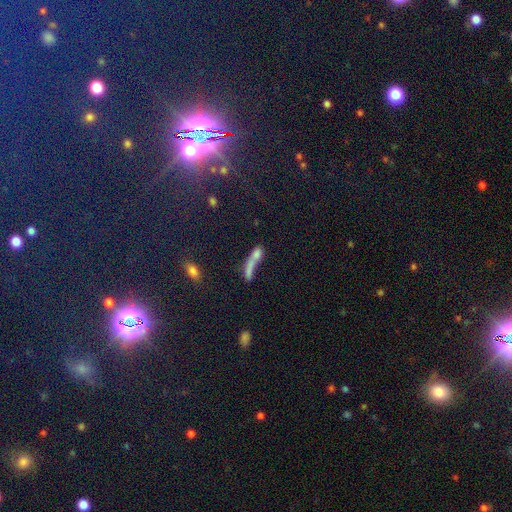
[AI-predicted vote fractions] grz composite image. It shows a smooth galaxy with no disk features (52%) that is cigar-shaped (61%). Merging: merger (42%).